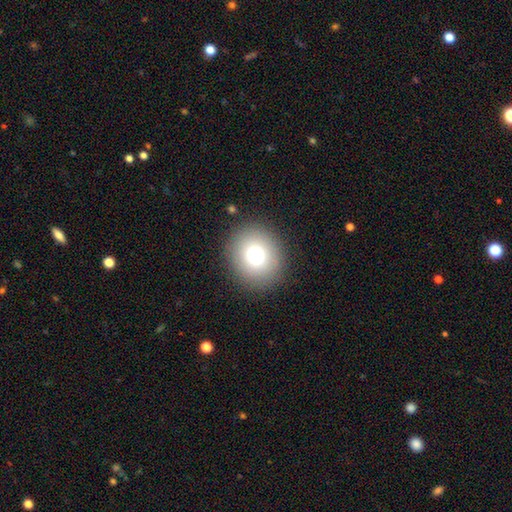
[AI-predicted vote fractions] This appears to be a smooth galaxy with no disk features (76%) that is round (81%). Merging: none (91%).